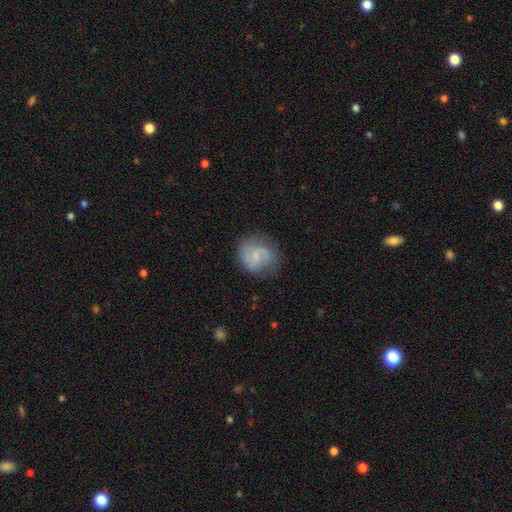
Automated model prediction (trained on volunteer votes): A featured or disk galaxy (53%) with no bar (48%), spiral arms (84%) and a small central bulge (62%).

Vote fractions:
- Smooth or featured? featured or disk: 53% / smooth: 40% / star or artifact: 8%
- Edge-on disk? no: 98% / yes: 2%
- Bar? no: 48% / weak: 44% / strong: 8%
- Spiral arms? yes: 84% / no: 16%
- Bulge size? small: 62% / moderate: 20% / none: 15% / large: 1% / dominant: 1%
- Merging? none: 69% / minor disturbance: 21% / major disturbance: 9% / merger: 2%